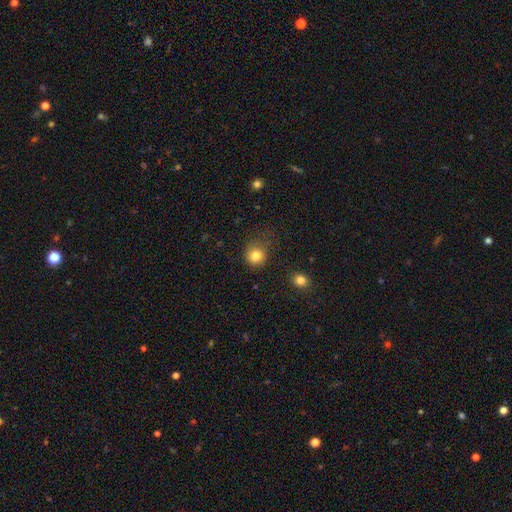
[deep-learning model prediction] smooth 82%, star or artifact 12%, featured or disk 6%. Down the decision tree: how rounded — round (87%); merging — none (75%).